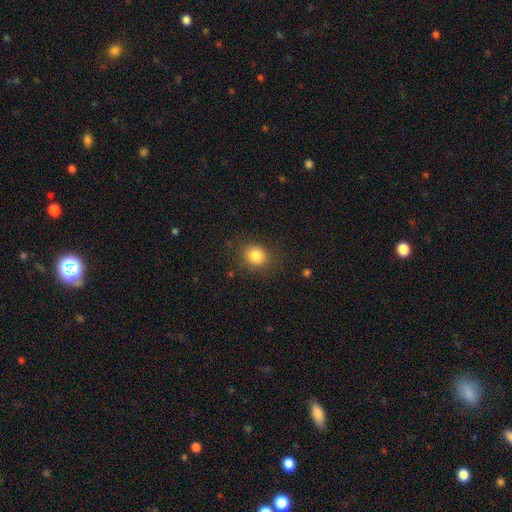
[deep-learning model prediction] Smooth or featured: smooth — 83% (star or artifact — 11%)
How rounded: round — 71% (in between — 28%)
Merging: none — 82% (minor disturbance — 12%)